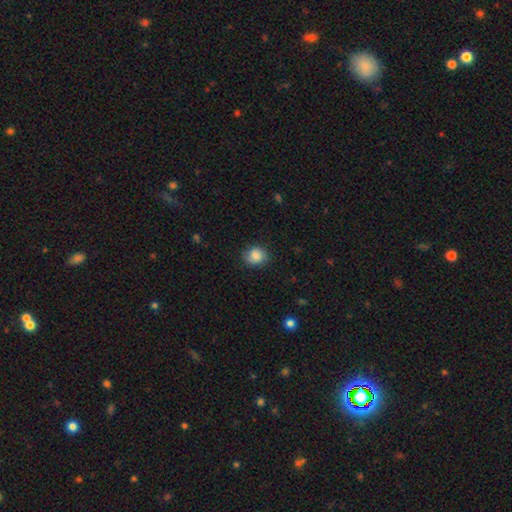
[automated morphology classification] Smooth or featured?
  - smooth: 83% *
  - featured or disk: 9%
  - star or artifact: 9%
How rounded?
  - round: 72% *
  - in between: 27%
  - cigar-shaped: 1%
Merging?
  - none: 77% *
  - minor disturbance: 18%
  - major disturbance: 4%
  - merger: 1%